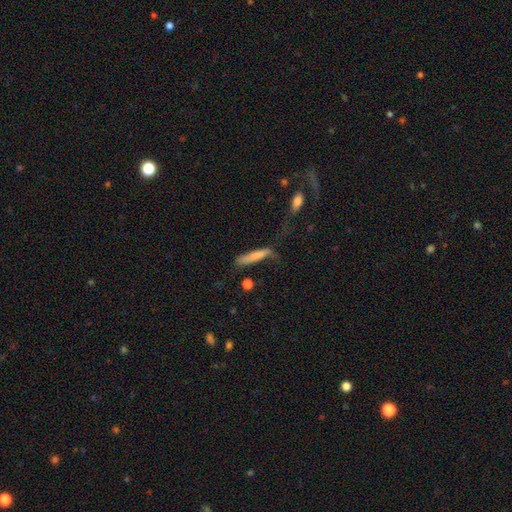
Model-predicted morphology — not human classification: This is likely a smooth galaxy (71%). How rounded: clearly cigar-shaped (86%). Merging: marginally none (44%).